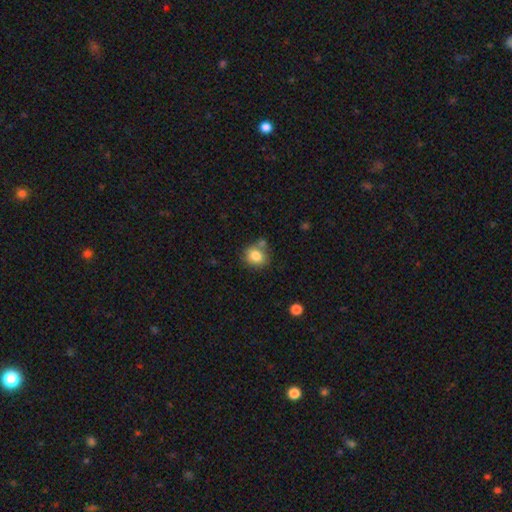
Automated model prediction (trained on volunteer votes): This is clearly a smooth galaxy (81%). How rounded: likely round (67%). Merging: likely none (63%).